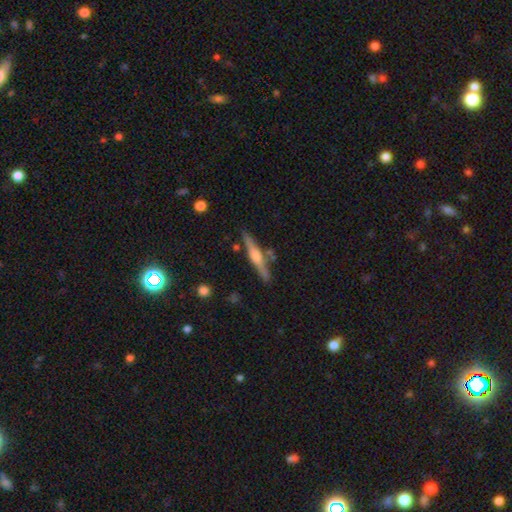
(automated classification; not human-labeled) smooth_or_featured: featured or disk (p=0.71) [alt: smooth p=0.22]
disk_edge_on: yes (p=0.97) [alt: no p=0.03]
edge_on_bulge: rounded (p=0.72) [alt: boxy p=0.20]
merging: none (p=0.84) [alt: minor disturbance p=0.10]